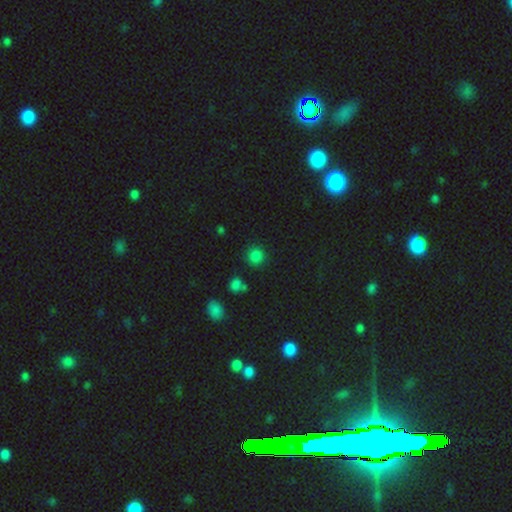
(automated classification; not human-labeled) Overall: smooth (80%). How rounded: round (92%). Merging: none (85%).